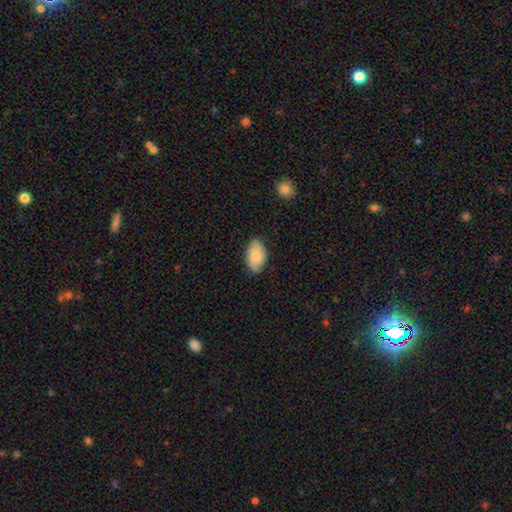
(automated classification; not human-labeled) Morphology: type=smooth (80%); roundness=in between (93%); merging=none (76%).